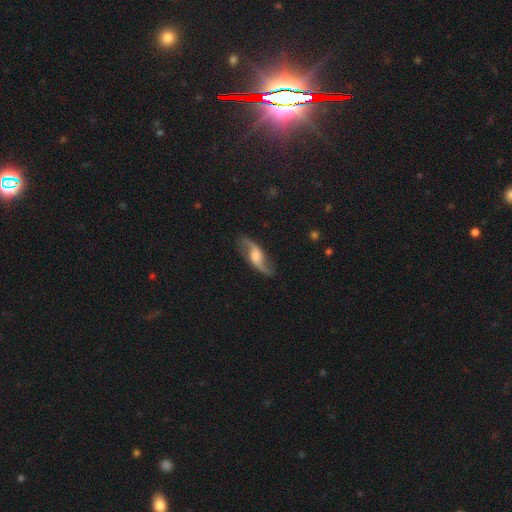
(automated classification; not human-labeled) A featured or disk galaxy (84%) with no bar (43%), 2 (94%) loose (78%) spiral arms (96%) and a moderate central bulge (38%).

Vote fractions:
- Smooth or featured? featured or disk: 84% / smooth: 10% / star or artifact: 5%
- Edge-on disk? no: 89% / yes: 11%
- Bar? no: 43% / weak: 42% / strong: 14%
- Spiral arms? yes: 96% / no: 4%
- Spiral winding? loose: 78% / medium: 18% / tight: 4%
- Spiral arm count? 2: 94% / can't tell: 2% / 1: 2% / 3: 1% / 4: 1% / more than 4: 1%
- Bulge size? moderate: 38% / large: 26% / small: 18% / none: 15% / dominant: 3%
- Merging? none: 82% / minor disturbance: 12% / major disturbance: 4% / merger: 2%